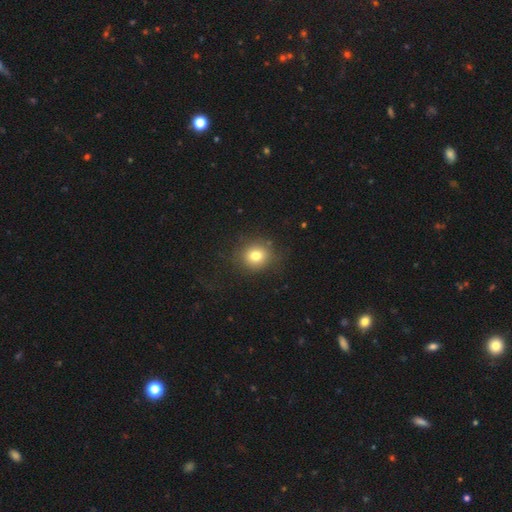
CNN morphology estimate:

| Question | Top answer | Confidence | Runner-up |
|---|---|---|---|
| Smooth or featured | smooth | 77% | star or artifact (13%) |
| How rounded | round | 86% | in between (13%) |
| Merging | none | 83% | minor disturbance (11%) |